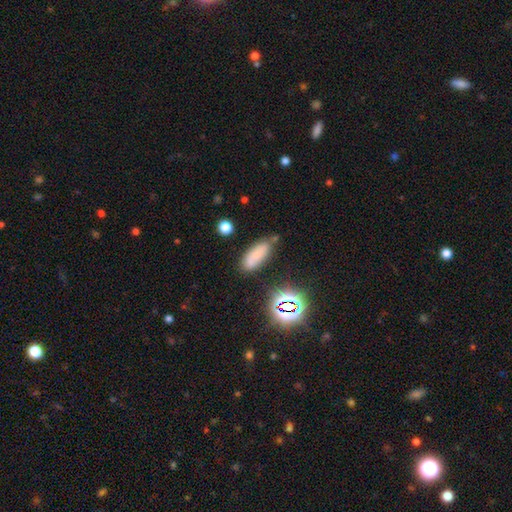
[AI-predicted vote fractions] Smooth or featured?
  - smooth: 69% *
  - star or artifact: 16%
  - featured or disk: 15%
How rounded?
  - in between: 74% *
  - cigar-shaped: 22%
  - round: 4%
Merging?
  - none: 66% *
  - minor disturbance: 20%
  - merger: 9%
  - major disturbance: 6%